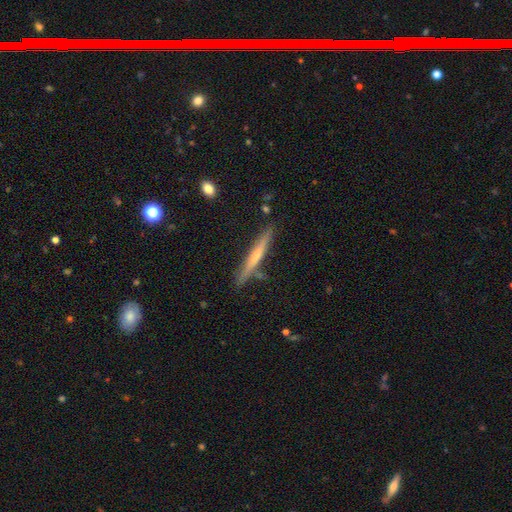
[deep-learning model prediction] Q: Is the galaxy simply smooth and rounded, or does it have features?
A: featured or disk — 57%.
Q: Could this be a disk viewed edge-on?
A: yes — 97%.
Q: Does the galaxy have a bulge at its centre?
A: rounded — 52%.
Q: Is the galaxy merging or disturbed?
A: none — 85%.